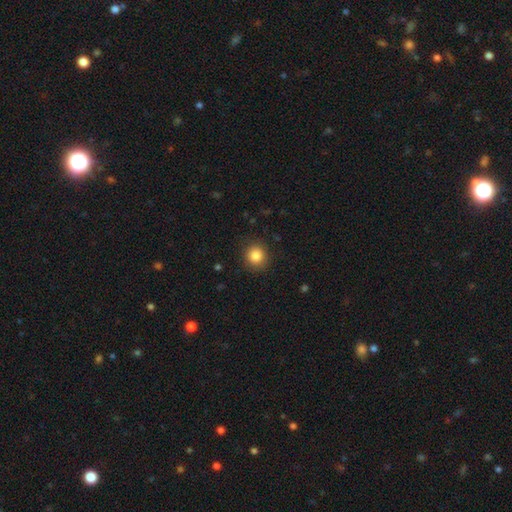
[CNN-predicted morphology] Smooth or featured? Predicted: smooth (p=0.85). How rounded? Predicted: round (p=0.90). Merging? Predicted: none (p=0.89).